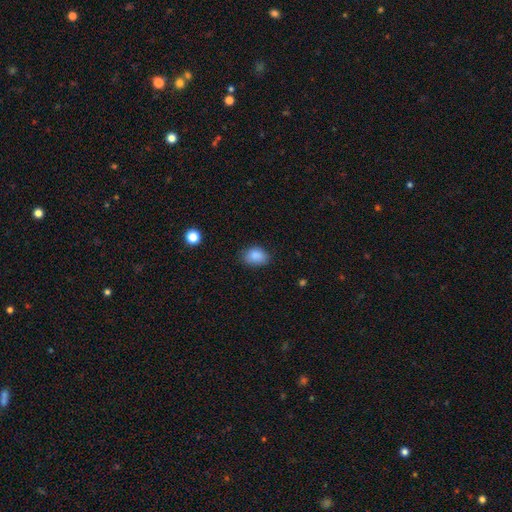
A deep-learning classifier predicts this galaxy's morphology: This appears to be a smooth galaxy with no disk features (87%) that is in between round and cigar-shaped (75%). Merging: none (73%).